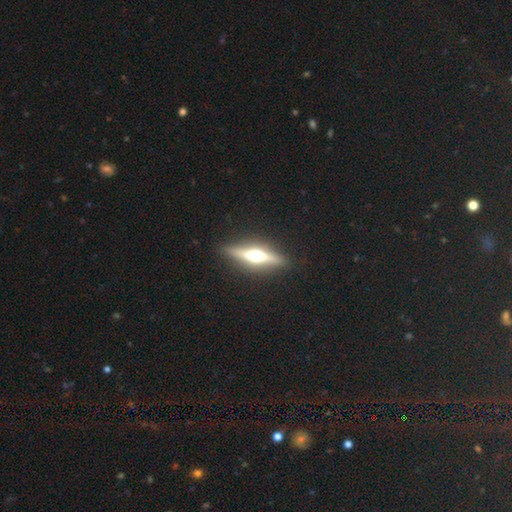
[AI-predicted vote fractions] Smooth or featured? featured or disk (71%)
Edge-on disk? yes (95%)
Edge-on bulge? rounded (95%)
Merging? none (89%)